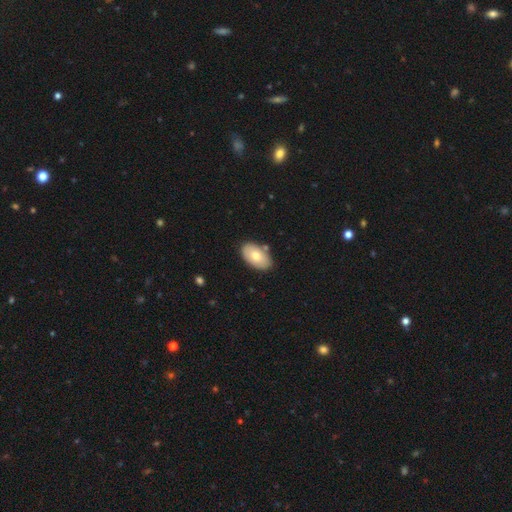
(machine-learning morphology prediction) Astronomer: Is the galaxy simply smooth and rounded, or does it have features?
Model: smooth — 71%.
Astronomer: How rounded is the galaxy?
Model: in between — 93%.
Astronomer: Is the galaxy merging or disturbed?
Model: none — 81%.